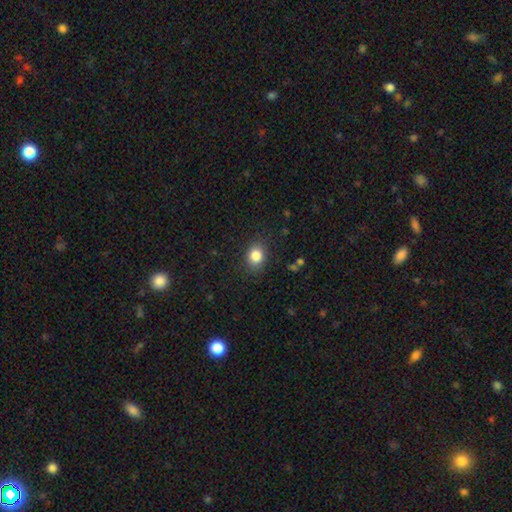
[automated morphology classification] Smooth or featured? smooth (84%)
How rounded? round (53%)
Merging? none (84%)